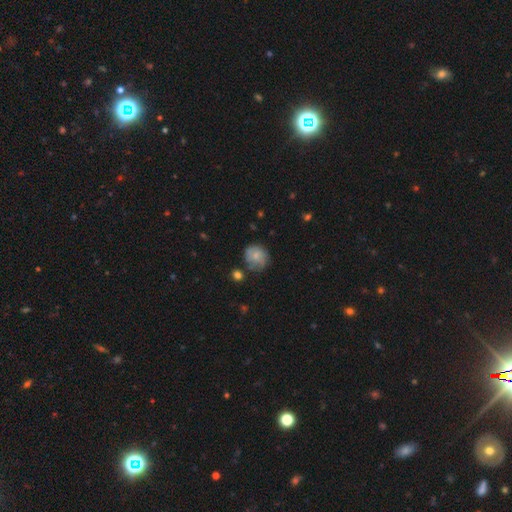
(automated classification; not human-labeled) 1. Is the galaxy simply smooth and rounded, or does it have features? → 67% smooth, 25% featured or disk, 8% star or artifact.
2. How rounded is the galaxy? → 81% round, 19% in between, 1% cigar-shaped.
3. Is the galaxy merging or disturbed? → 60% none, 26% minor disturbance, 8% major disturbance, 6% merger.